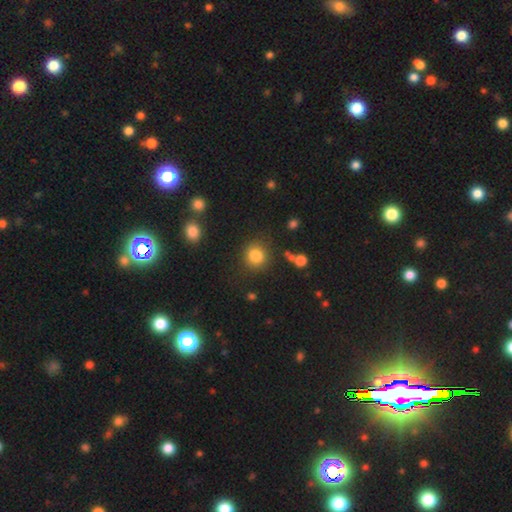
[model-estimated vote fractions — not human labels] A smooth galaxy with no disk features (83%) that is round (88%). Merging: none (85%).